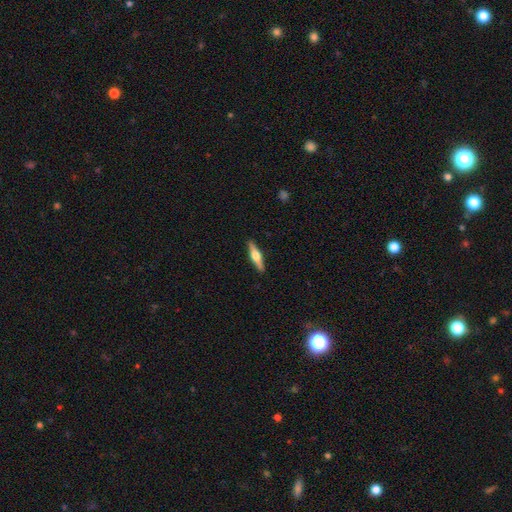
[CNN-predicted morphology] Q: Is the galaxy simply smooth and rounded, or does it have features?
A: featured or disk — 63%.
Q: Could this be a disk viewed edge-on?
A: yes — 97%.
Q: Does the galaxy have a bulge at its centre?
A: rounded — 93%.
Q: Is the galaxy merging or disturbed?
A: none — 91%.